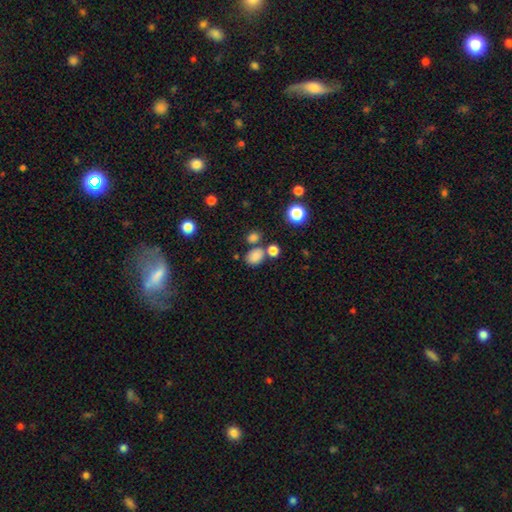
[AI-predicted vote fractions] Smooth or featured? Predicted: smooth (p=0.80). How rounded? Predicted: in between (p=0.61). Merging? Predicted: none (p=0.67).